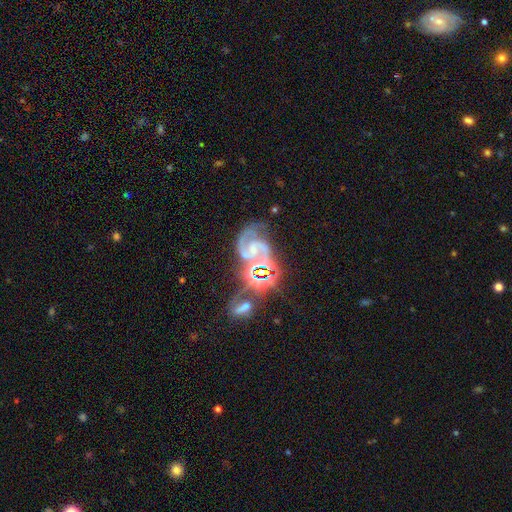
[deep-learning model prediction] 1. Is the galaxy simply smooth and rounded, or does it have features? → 67% featured or disk, 23% star or artifact, 10% smooth.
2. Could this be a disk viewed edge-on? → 97% no, 3% yes.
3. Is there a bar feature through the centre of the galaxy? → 47% no, 35% weak, 18% strong.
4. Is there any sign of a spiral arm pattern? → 91% yes, 9% no.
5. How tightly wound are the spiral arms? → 46% medium, 36% tight, 18% loose.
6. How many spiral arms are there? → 62% 2, 11% can't tell, 11% 3, 7% 1, 4% 4, 4% more than 4.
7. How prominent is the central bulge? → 60% small, 25% moderate, 9% none, 3% large, 2% dominant.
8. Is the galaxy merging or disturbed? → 39% none, 29% merger, 16% major disturbance, 16% minor disturbance.